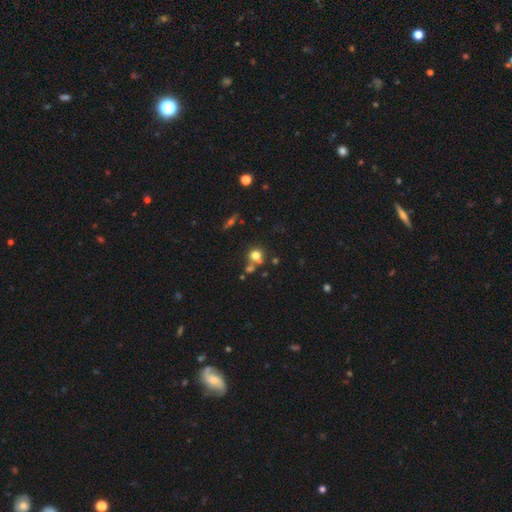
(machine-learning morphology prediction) This appears to be a smooth galaxy with no disk features (74%) that is round (85%). Merging: none (56%).